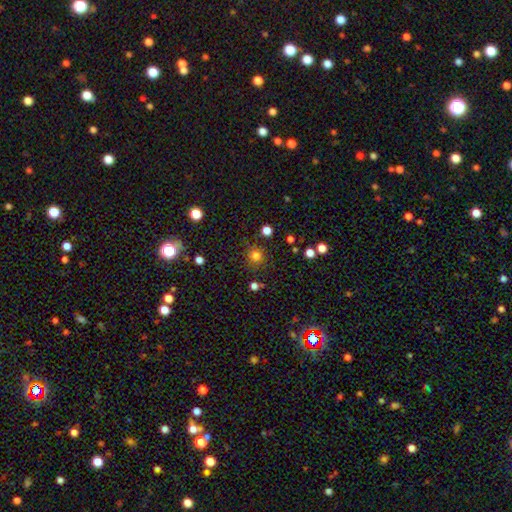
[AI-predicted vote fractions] This appears to be a smooth galaxy with no disk features (78%) that is round (93%). Merging: none (85%).